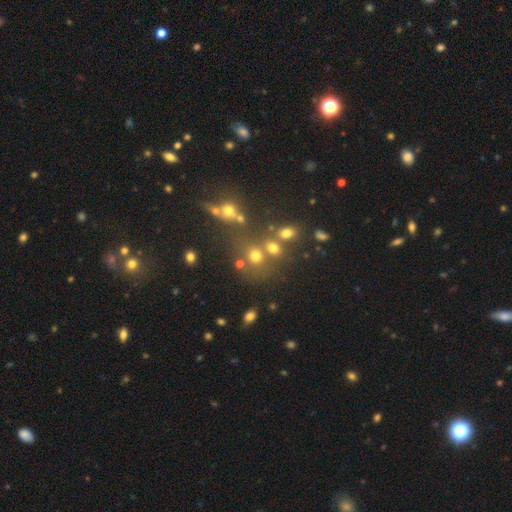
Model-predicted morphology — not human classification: Smooth or featured? Predicted: smooth (p=0.56). How rounded? Predicted: round (p=0.78). Merging? Predicted: none (p=0.53).